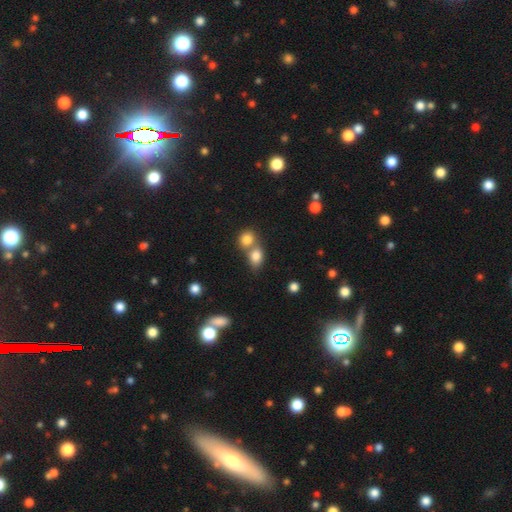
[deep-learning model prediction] smooth-or-featured: smooth: 81% | star or artifact: 10% | featured or disk: 9%
  how-rounded: in between: 64% | round: 35% | cigar-shaped: 2%
  merging: merger: 53% | none: 35% | minor disturbance: 8% | major disturbance: 3%